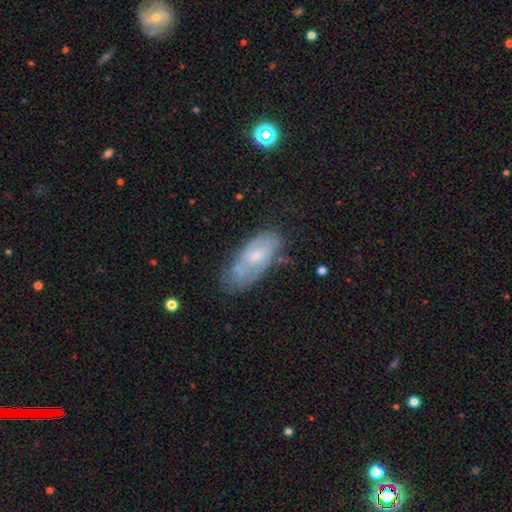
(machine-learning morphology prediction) Q: Smooth or featured?
A: featured or disk (63%); runner-up: smooth (30%)
Q: Edge-on disk?
A: no (90%); runner-up: yes (10%)
Q: Bar?
A: no (56%); runner-up: weak (37%)
Q: Spiral arms?
A: yes (74%); runner-up: no (26%)
Q: Bulge size?
A: small (50%); runner-up: moderate (39%)
Q: Merging?
A: none (57%); runner-up: minor disturbance (26%)